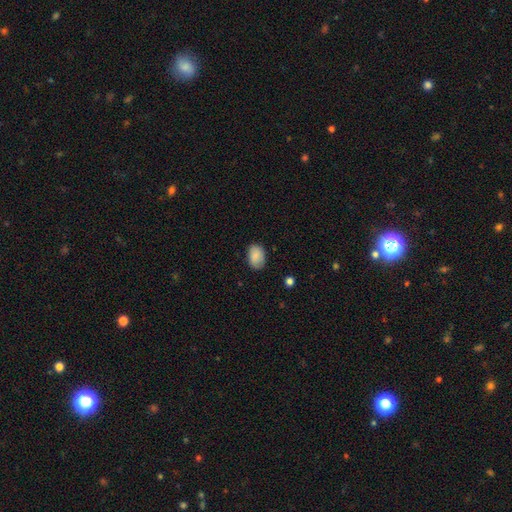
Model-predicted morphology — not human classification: Q: Smooth or featured?
A: smooth (88%); runner-up: star or artifact (7%)
Q: How rounded?
A: in between (86%); runner-up: round (13%)
Q: Merging?
A: none (81%); runner-up: minor disturbance (15%)